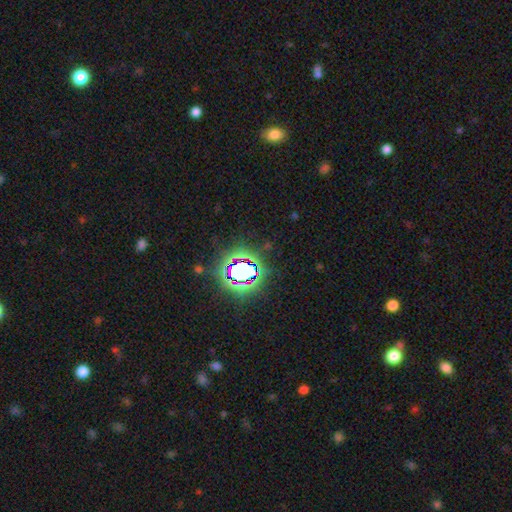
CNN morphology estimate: smooth_or_featured: star or artifact (p=0.79) [alt: smooth p=0.13]